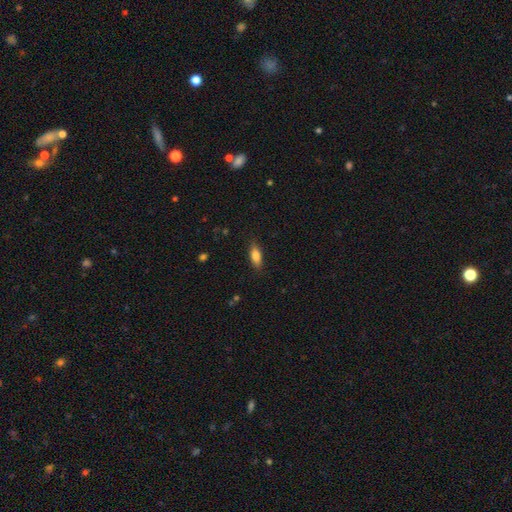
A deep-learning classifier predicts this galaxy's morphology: The model was most divided on "how rounded": in between: 73%, cigar-shaped: 24%, round: 3%. More confident: merging — none (86%); smooth or featured — smooth (80%).